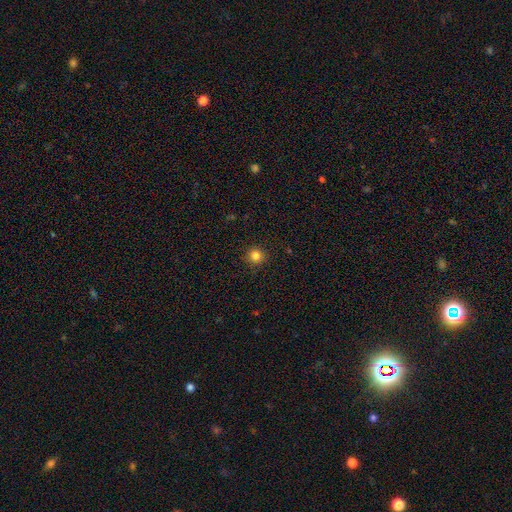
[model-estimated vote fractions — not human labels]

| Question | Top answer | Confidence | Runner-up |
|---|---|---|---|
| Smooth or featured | smooth | 82% | star or artifact (13%) |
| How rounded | round | 94% | in between (5%) |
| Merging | none | 92% | minor disturbance (5%) |